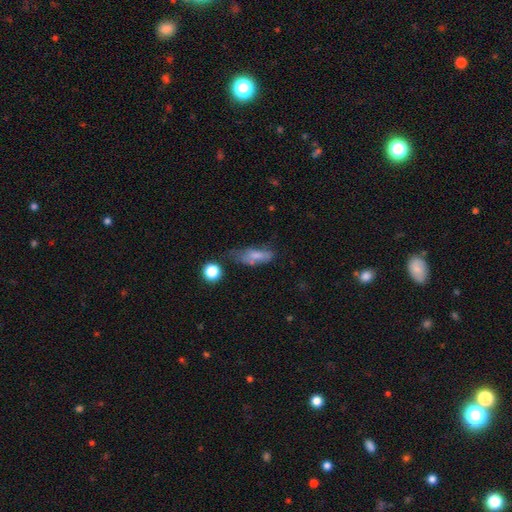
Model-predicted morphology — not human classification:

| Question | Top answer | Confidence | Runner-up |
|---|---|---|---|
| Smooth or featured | smooth | 69% | featured or disk (20%) |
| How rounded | in between | 68% | cigar-shaped (27%) |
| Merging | none | 35% | minor disturbance (31%) |